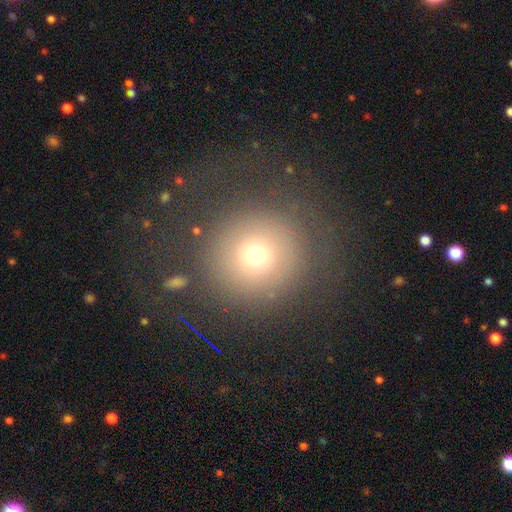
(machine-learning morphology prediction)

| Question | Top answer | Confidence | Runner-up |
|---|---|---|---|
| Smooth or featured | smooth | 66% | star or artifact (18%) |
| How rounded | round | 94% | in between (5%) |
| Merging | none | 71% | major disturbance (15%) |